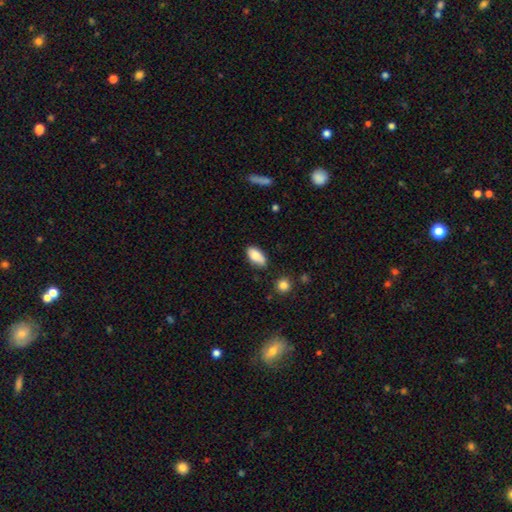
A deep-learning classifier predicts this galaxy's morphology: Q: Smooth or featured?
A: smooth (82%); runner-up: featured or disk (10%)
Q: How rounded?
A: in between (92%); runner-up: cigar-shaped (5%)
Q: Merging?
A: none (71%); runner-up: minor disturbance (21%)